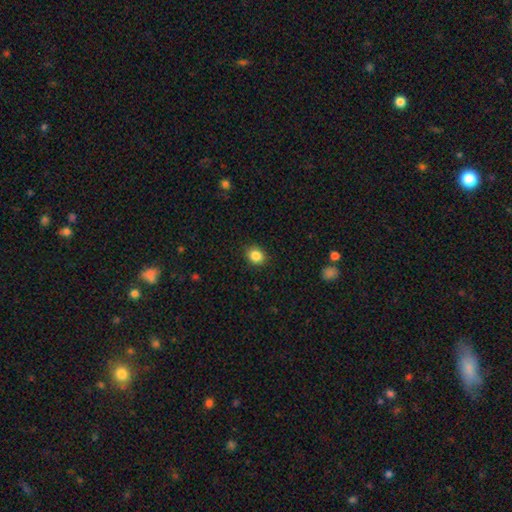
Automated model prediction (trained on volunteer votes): The model was most divided on "how rounded": round: 64%, in between: 35%, cigar-shaped: 1%. More confident: merging — none (89%); smooth or featured — smooth (85%).